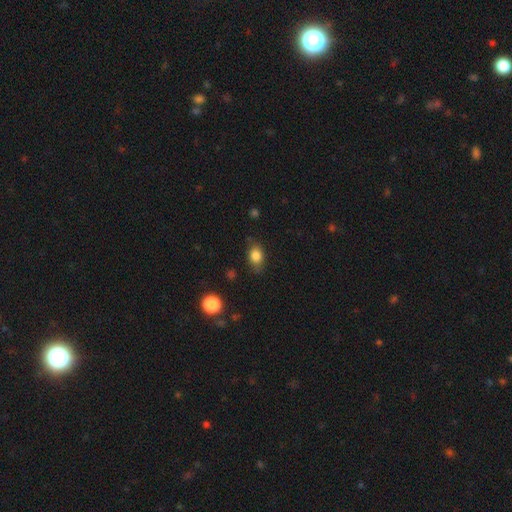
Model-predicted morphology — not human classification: The model was most divided on "how rounded": in between: 69%, round: 29%, cigar-shaped: 2%. More confident: smooth or featured — smooth (83%); merging — none (75%).